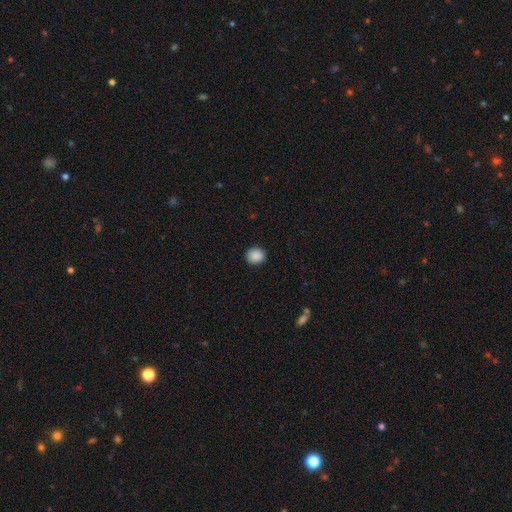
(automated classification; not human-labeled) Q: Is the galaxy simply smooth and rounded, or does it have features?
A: smooth — 89%.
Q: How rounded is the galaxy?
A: round — 83%.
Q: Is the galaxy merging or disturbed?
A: none — 91%.